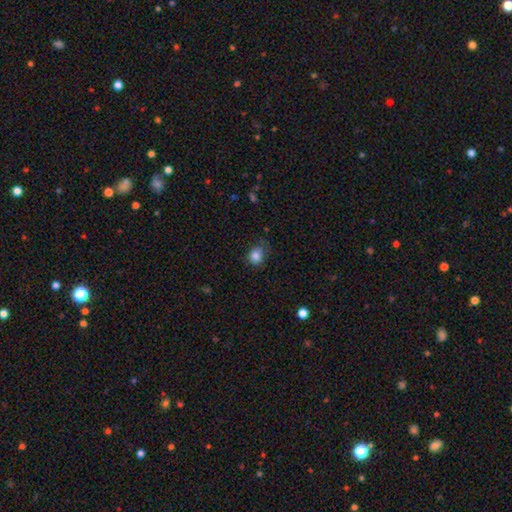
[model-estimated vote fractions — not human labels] A smooth galaxy with no disk features (84%) that is round (66%).

Vote fractions:
- Smooth or featured? smooth: 84% / star or artifact: 10% / featured or disk: 6%
- How rounded? round: 66% / in between: 33% / cigar-shaped: 1%
- Merging? none: 58% / minor disturbance: 29% / major disturbance: 11% / merger: 2%